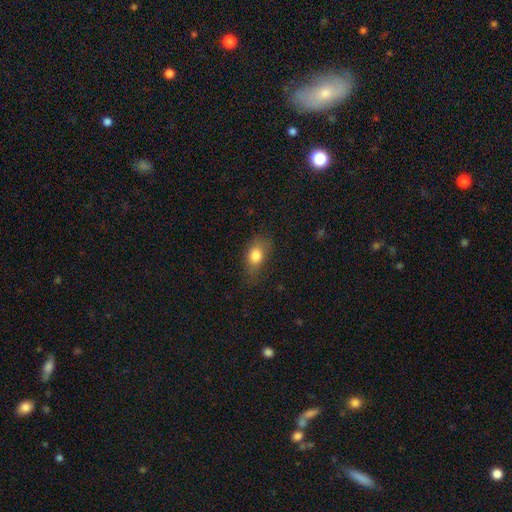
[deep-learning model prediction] This appears to be a smooth galaxy with no disk features (79%) that is in between round and cigar-shaped (76%). Merging: none (66%).